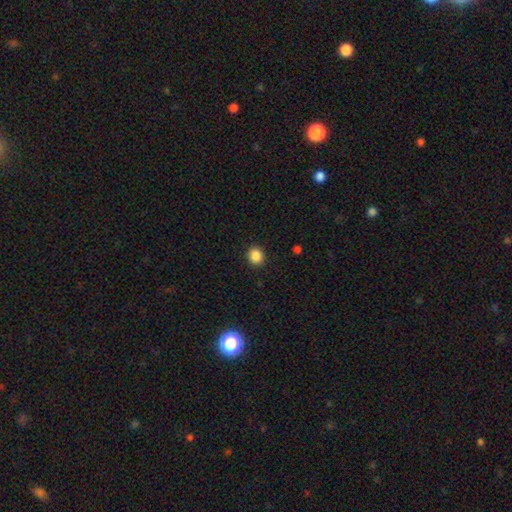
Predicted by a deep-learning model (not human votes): This appears to be a smooth galaxy with no disk features (86%) that is round (80%). Merging: none (91%).